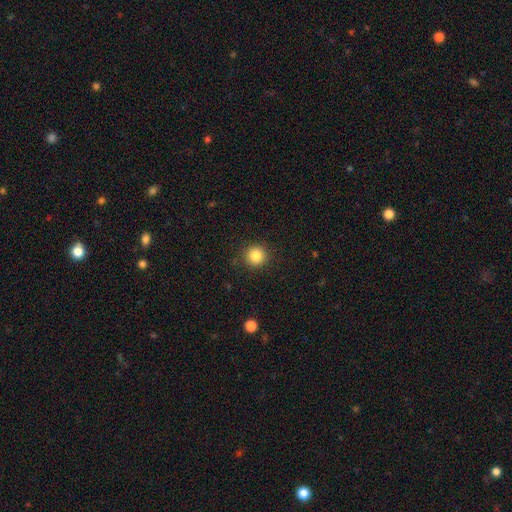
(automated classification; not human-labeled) Morphology: type=smooth (84%); roundness=round (94%); merging=none (90%).